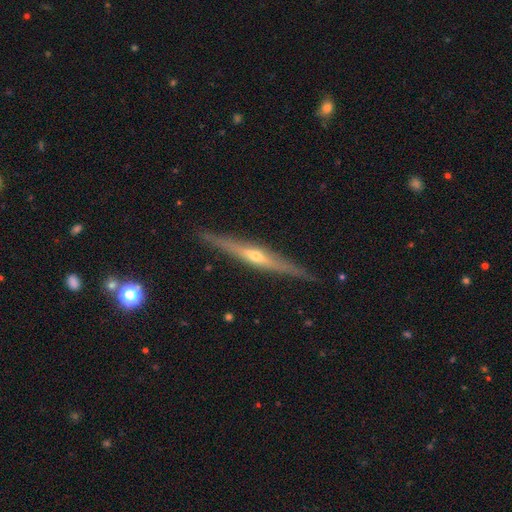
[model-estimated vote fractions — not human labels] A featured or disk galaxy (79%) viewed edge-on (97%) with a rounded central bulge (80%).

Vote fractions:
- Smooth or featured? featured or disk: 79% / smooth: 15% / star or artifact: 6%
- Edge-on disk? yes: 97% / no: 3%
- Edge-on bulge? rounded: 80% / none: 15% / boxy: 5%
- Merging? none: 89% / minor disturbance: 8% / major disturbance: 2% / merger: 1%